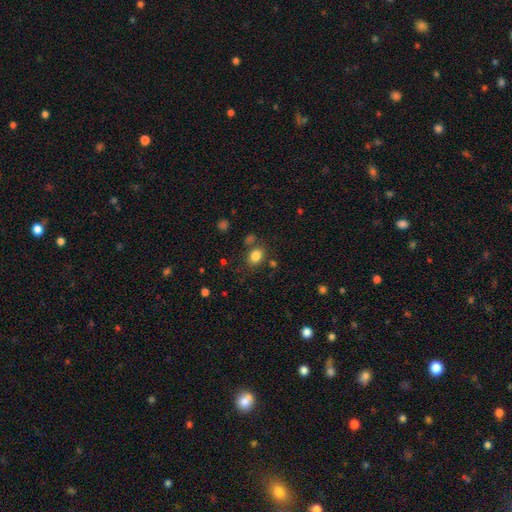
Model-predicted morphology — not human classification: smooth_or_featured: smooth (p=0.83) [alt: star or artifact p=0.11]
how_rounded: in between (p=0.62) [alt: round p=0.37]
merging: none (p=0.75) [alt: minor disturbance p=0.13]